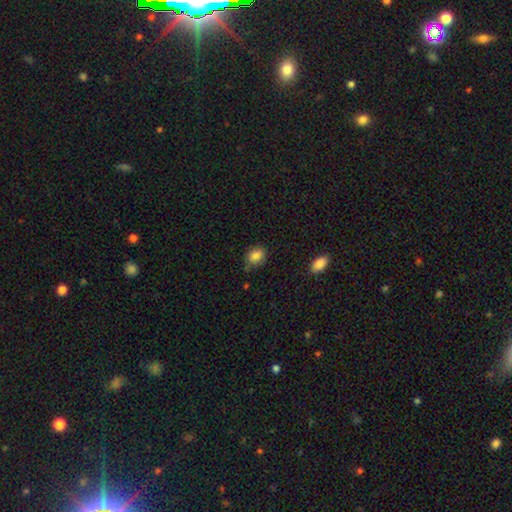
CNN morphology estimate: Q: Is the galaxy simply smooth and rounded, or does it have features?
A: smooth — 86%.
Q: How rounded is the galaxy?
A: in between — 58%.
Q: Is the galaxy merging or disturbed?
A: none — 75%.